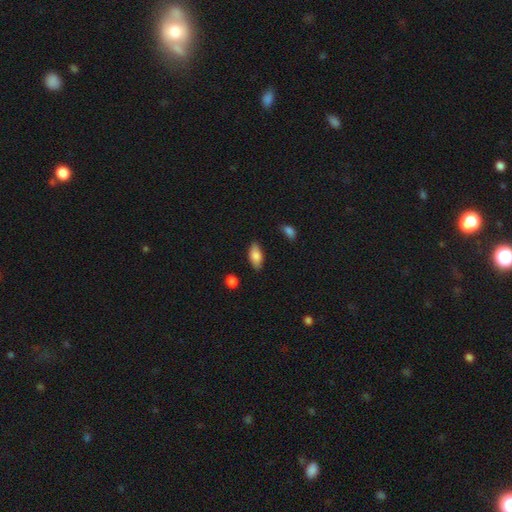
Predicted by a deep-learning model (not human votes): The model was most divided on "merging": none: 81%, minor disturbance: 14%, major disturbance: 3%, merger: 2%. More confident: how rounded — in between (88%); smooth or featured — smooth (81%).